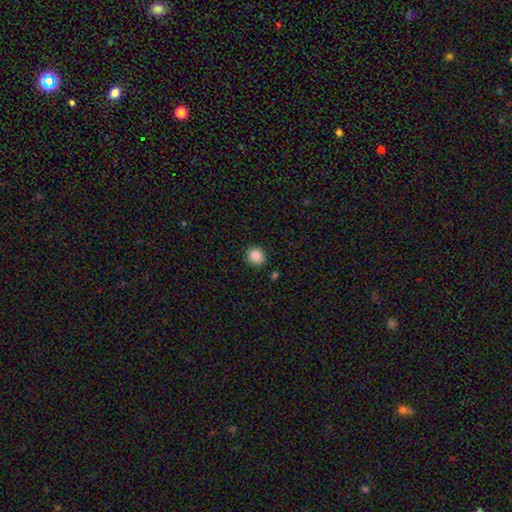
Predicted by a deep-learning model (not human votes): smooth_or_featured: smooth (p=0.87) [alt: star or artifact p=0.10]
how_rounded: round (p=0.89) [alt: in between p=0.10]
merging: none (p=0.89) [alt: minor disturbance p=0.07]